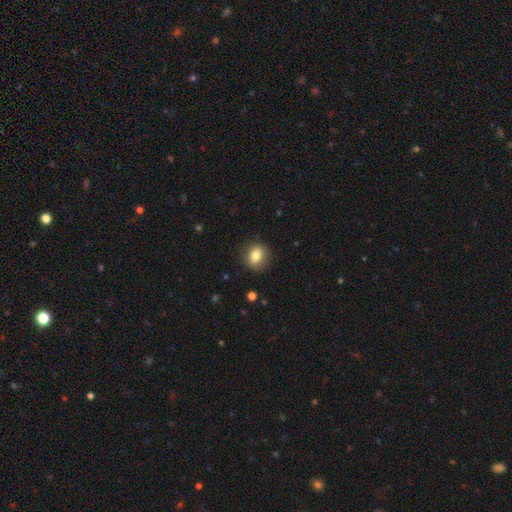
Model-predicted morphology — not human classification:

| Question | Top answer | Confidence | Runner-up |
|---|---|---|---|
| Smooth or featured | smooth | 79% | featured or disk (11%) |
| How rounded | round | 64% | in between (35%) |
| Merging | none | 87% | minor disturbance (9%) |